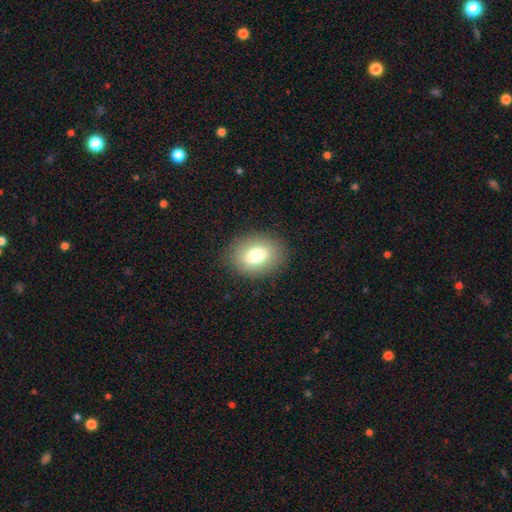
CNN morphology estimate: Q: Smooth or featured?
A: smooth (75%); runner-up: featured or disk (16%)
Q: How rounded?
A: in between (65%); runner-up: round (33%)
Q: Merging?
A: none (88%); runner-up: minor disturbance (8%)